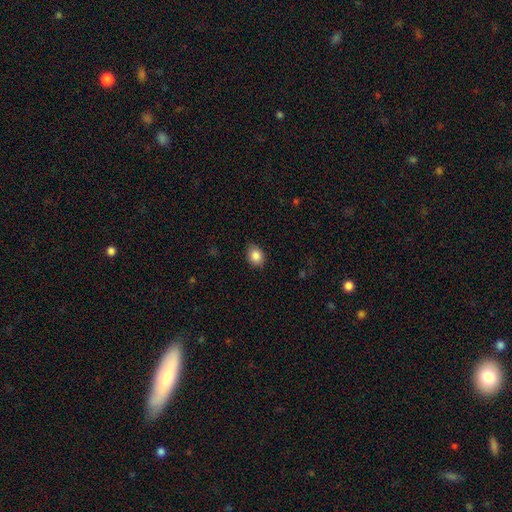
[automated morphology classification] This is clearly a smooth galaxy (86%). How rounded: possibly in between (57%). Merging: clearly none (83%).